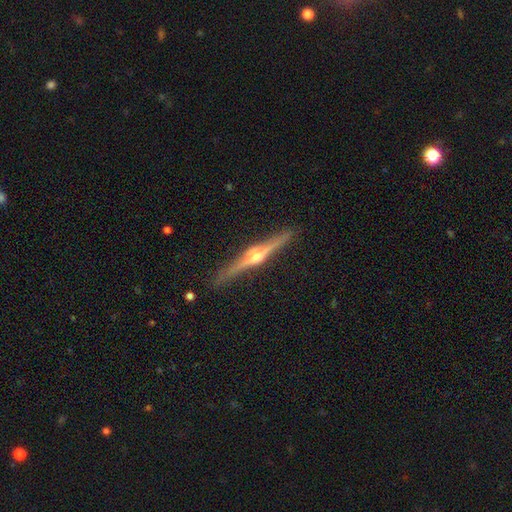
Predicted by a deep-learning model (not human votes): Smooth or featured? featured or disk (84%)
Edge-on disk? yes (98%)
Edge-on bulge? rounded (93%)
Merging? none (90%)